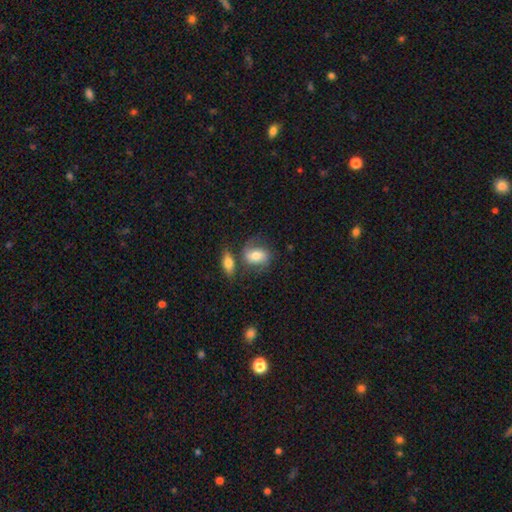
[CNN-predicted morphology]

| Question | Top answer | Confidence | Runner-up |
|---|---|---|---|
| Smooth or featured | smooth | 53% | featured or disk (39%) |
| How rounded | in between | 70% | round (28%) |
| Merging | none | 50% | merger (25%) |